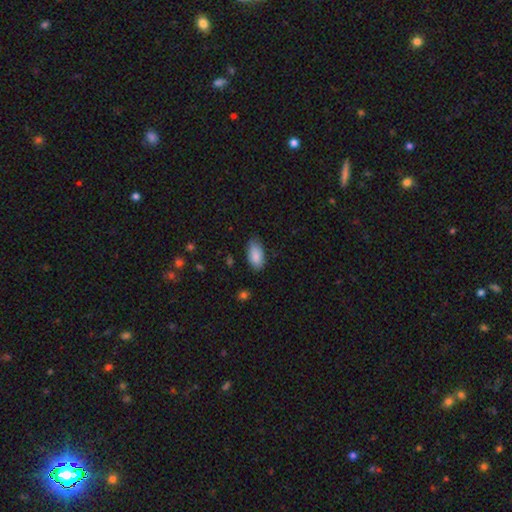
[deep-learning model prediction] This appears to be a smooth galaxy with no disk features (88%) that is in between round and cigar-shaped (94%). Merging: none (78%).